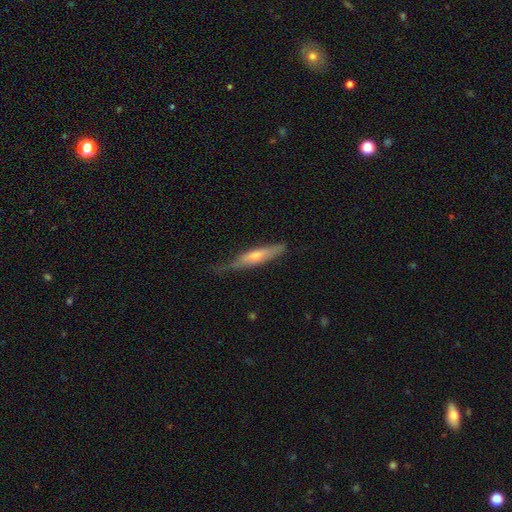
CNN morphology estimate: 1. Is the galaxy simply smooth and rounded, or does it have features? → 49% smooth, 46% featured or disk, 6% star or artifact.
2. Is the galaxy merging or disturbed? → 57% none, 31% minor disturbance, 10% major disturbance, 2% merger.